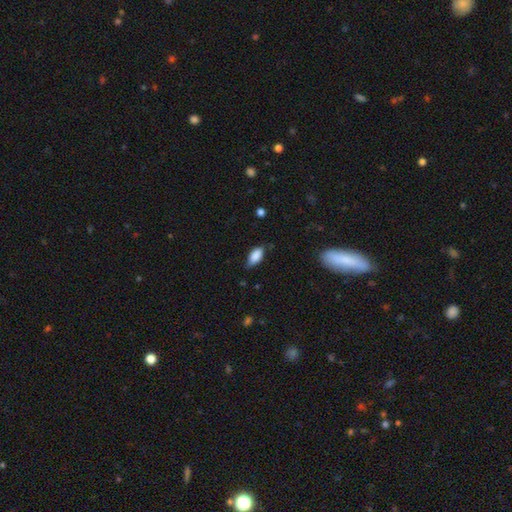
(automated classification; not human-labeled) smooth 85%, featured or disk 9%, star or artifact 7%. Down the decision tree: how rounded — in between (89%); merging — none (70%).